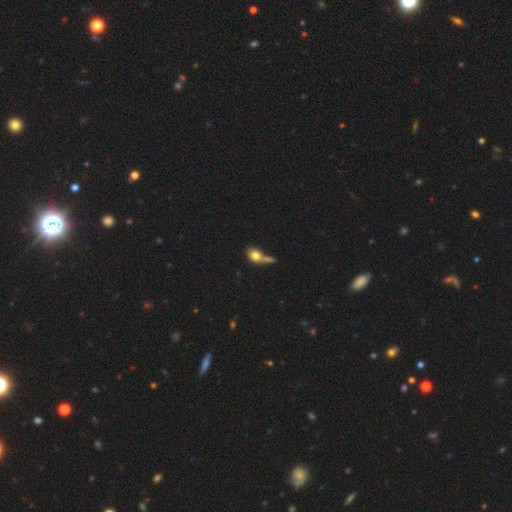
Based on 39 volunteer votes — A smooth galaxy with no disk features (59%) that is in between round and cigar-shaped (70%).

Vote fractions:
- Smooth or featured? smooth: 59% / featured or disk: 33% / star or artifact: 8%
- How rounded? in between: 70% / round: 17% / cigar-shaped: 13%
- Merging? merger: 44% / major disturbance: 25% / none: 19% / minor disturbance: 11%